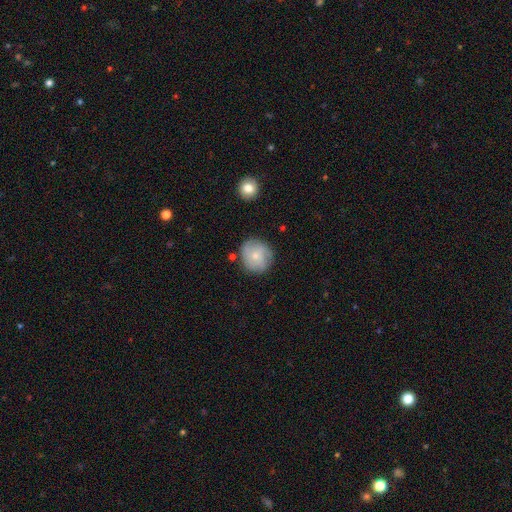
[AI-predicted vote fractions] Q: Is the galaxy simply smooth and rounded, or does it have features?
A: smooth — 58%.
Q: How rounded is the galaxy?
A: round — 89%.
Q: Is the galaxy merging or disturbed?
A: none — 76%.